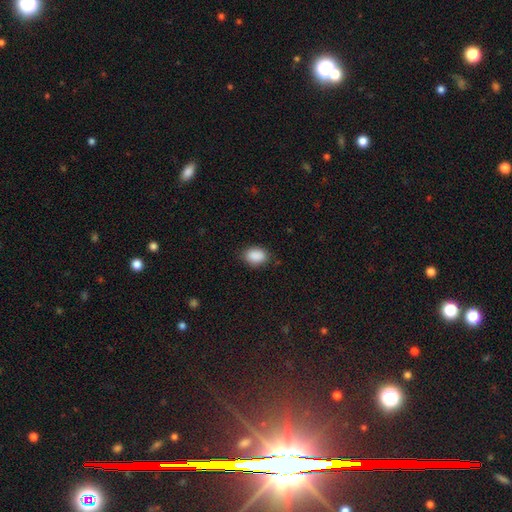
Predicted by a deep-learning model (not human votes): Smooth or featured? Predicted: smooth (p=0.89). How rounded? Predicted: in between (p=0.77). Merging? Predicted: none (p=0.82).